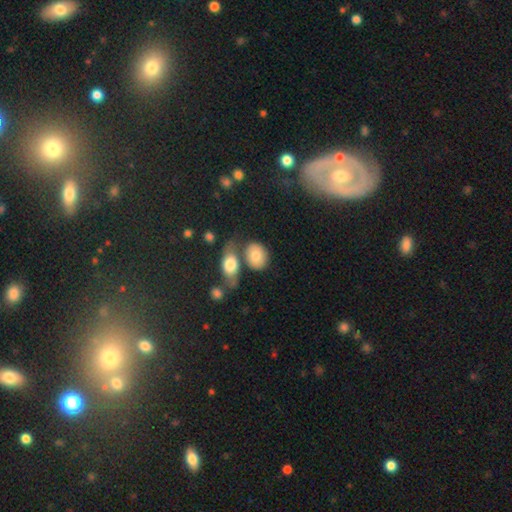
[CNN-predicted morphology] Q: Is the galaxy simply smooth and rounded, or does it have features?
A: smooth — 79%.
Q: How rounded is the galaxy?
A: in between — 59%.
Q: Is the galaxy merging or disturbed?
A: none — 56%.